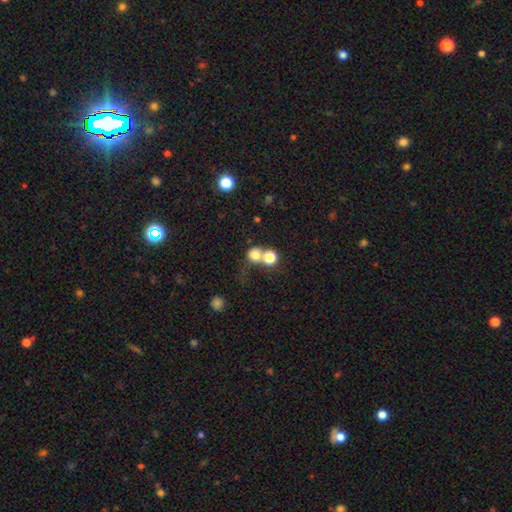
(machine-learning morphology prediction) Q: Smooth or featured?
A: smooth (76%); runner-up: star or artifact (15%)
Q: How rounded?
A: round (85%); runner-up: in between (14%)
Q: Merging?
A: merger (45%); runner-up: none (40%)